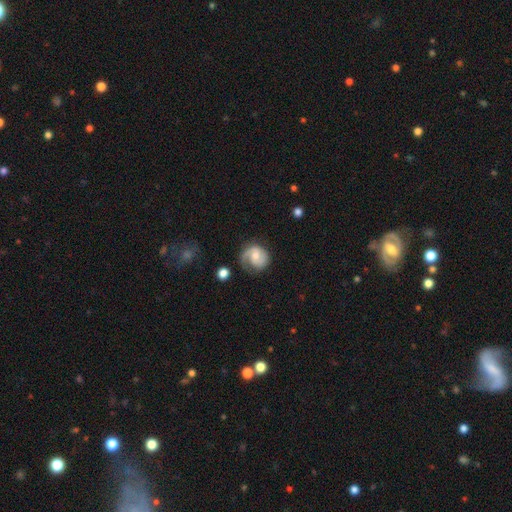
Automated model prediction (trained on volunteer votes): featured or disk 67%, smooth 27%, star or artifact 6%. Down the decision tree: edge-on disk — no (98%); bar — no (55%); spiral arms — yes (91%); spiral arm count — 2 (49%); spiral winding — medium (41%); bulge size — moderate (52%); merging — none (60%).